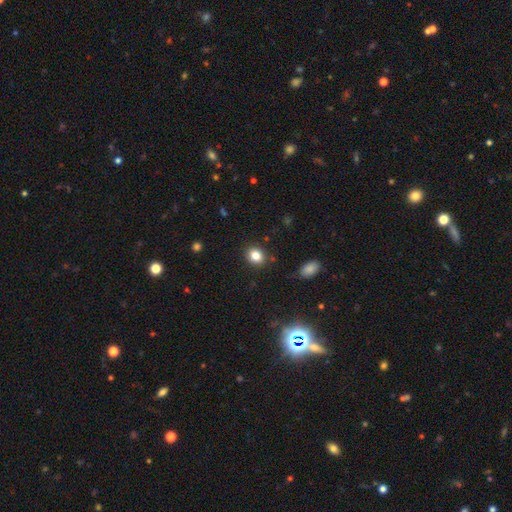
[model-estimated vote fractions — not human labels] Smooth or featured? smooth (83%)
How rounded? round (66%)
Merging? none (88%)